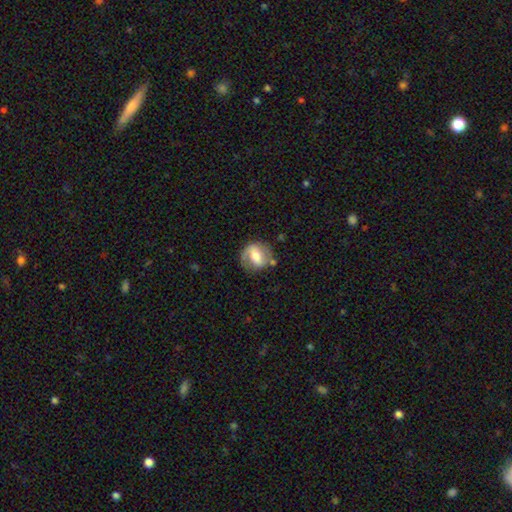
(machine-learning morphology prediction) A featured or disk galaxy (57%) with a weak bar (42%), spiral arms (75%) and a moderate central bulge (59%).

Vote fractions:
- Smooth or featured? featured or disk: 57% / smooth: 36% / star or artifact: 7%
- Edge-on disk? no: 96% / yes: 4%
- Bar? weak: 42% / strong: 35% / no: 23%
- Spiral arms? yes: 75% / no: 25%
- Bulge size? moderate: 59% / large: 19% / small: 17% / none: 2% / dominant: 2%
- Merging? none: 68% / minor disturbance: 19% / major disturbance: 8% / merger: 4%